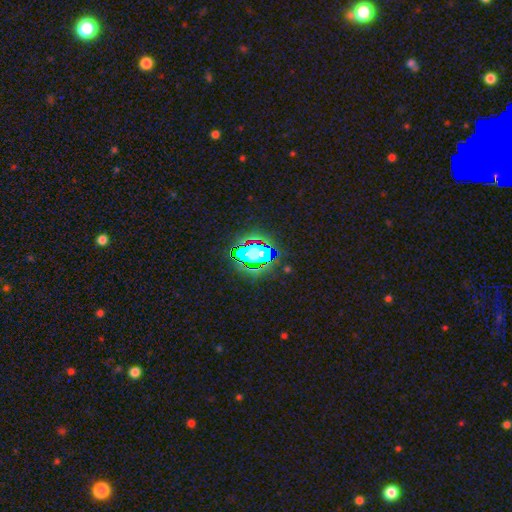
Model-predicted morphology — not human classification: A star or artifact, not a galaxy (81%).

Vote fractions:
- Smooth or featured? star or artifact: 81% / smooth: 12% / featured or disk: 7%